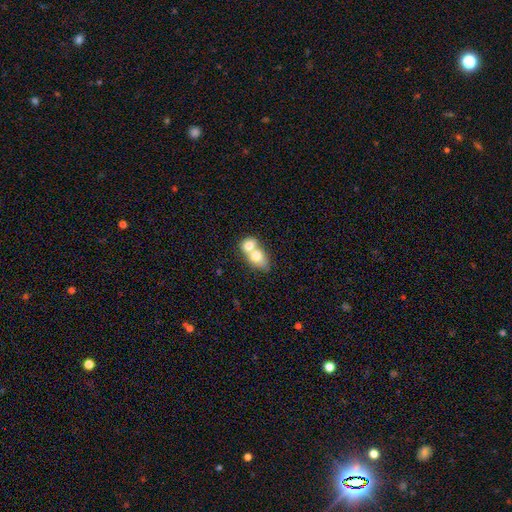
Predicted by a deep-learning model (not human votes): The model was most divided on "how rounded": in between: 64%, round: 35%, cigar-shaped: 2%. More confident: merging — merger (77%); smooth or featured — smooth (71%).